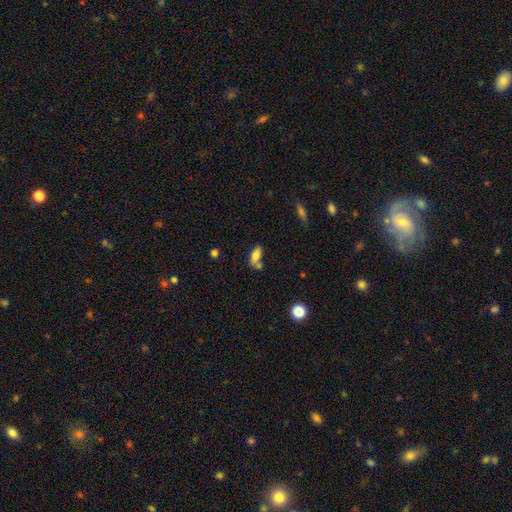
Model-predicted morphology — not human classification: Smooth or featured? smooth (76%)
How rounded? in between (81%)
Merging? none (50%)